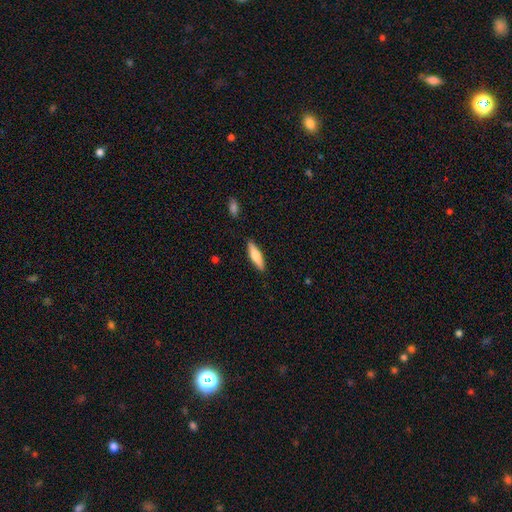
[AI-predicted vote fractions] Q: Smooth or featured?
A: smooth (67%); runner-up: featured or disk (27%)
Q: How rounded?
A: cigar-shaped (69%); runner-up: in between (29%)
Q: Merging?
A: none (88%); runner-up: minor disturbance (9%)